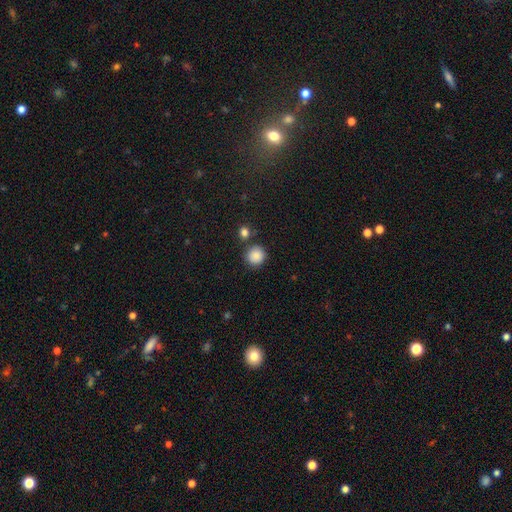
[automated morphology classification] Smooth or featured?
  - smooth: 87% *
  - star or artifact: 9%
  - featured or disk: 4%
How rounded?
  - round: 93% *
  - in between: 6%
  - cigar-shaped: 1%
Merging?
  - none: 81% *
  - minor disturbance: 9%
  - merger: 7%
  - major disturbance: 3%